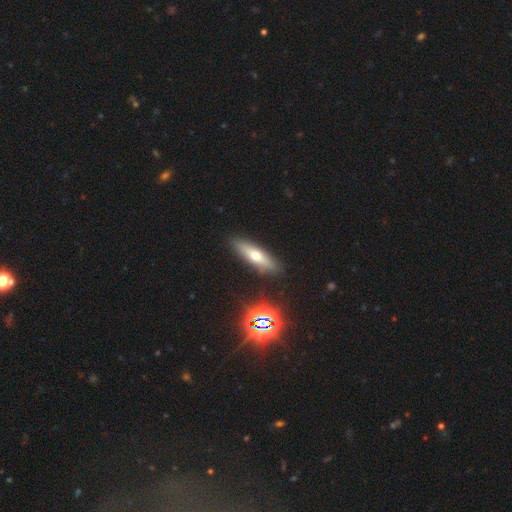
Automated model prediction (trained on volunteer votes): Morphology: type=smooth (53%); roundness=cigar-shaped (64%); merging=none (87%).